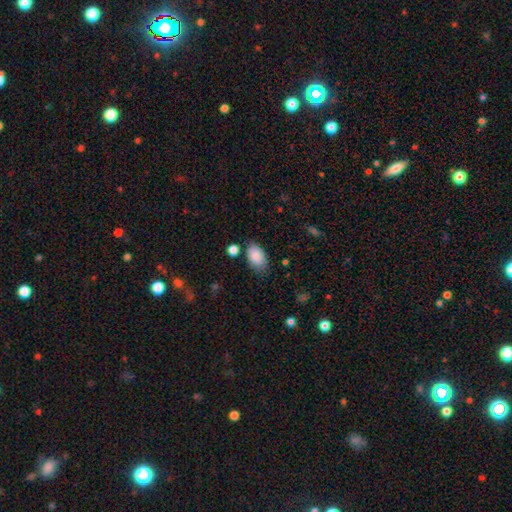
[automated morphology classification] A smooth galaxy with no disk features (86%) that is in between round and cigar-shaped (92%). Merging: none (74%).